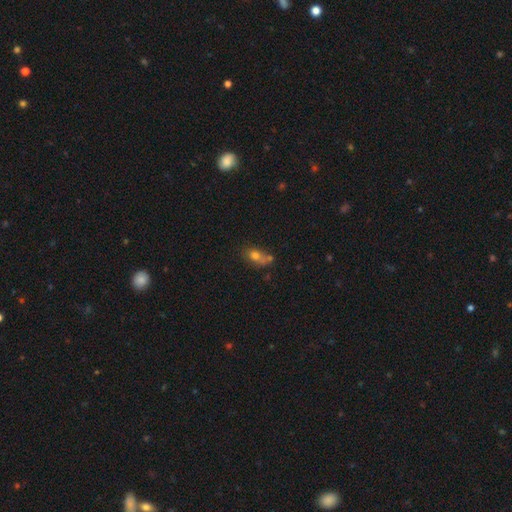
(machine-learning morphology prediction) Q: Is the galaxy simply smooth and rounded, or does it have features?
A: smooth — 67%.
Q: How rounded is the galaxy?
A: in between — 53%.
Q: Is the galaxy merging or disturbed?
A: none — 38%.